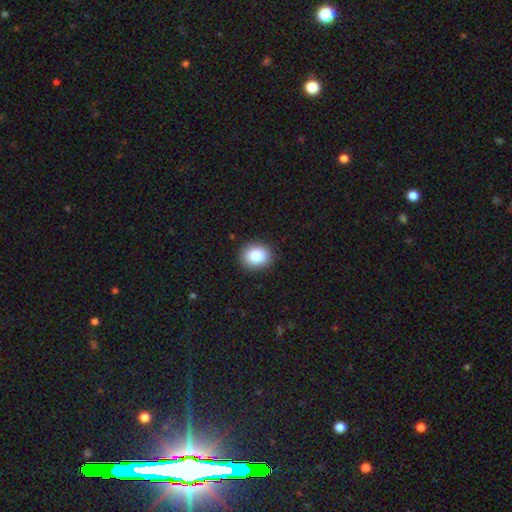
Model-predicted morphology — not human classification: This is clearly a smooth galaxy (83%). How rounded: likely round (70%). Merging: clearly none (91%).